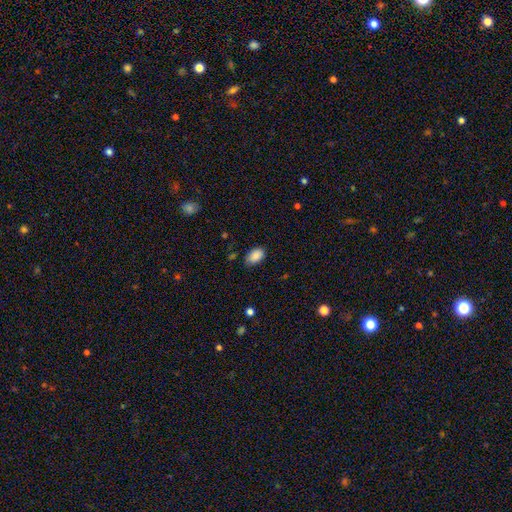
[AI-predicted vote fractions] The model was most divided on "merging": none: 76%, minor disturbance: 19%, major disturbance: 4%, merger: 1%. More confident: how rounded — in between (91%); smooth or featured — smooth (88%).